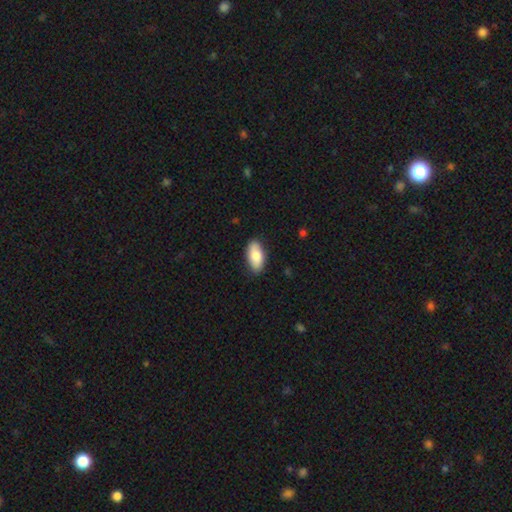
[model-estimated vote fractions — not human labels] smooth_or_featured: smooth (p=0.81) [alt: featured or disk p=0.14]
how_rounded: in between (p=0.91) [alt: cigar-shaped p=0.06]
merging: none (p=0.86) [alt: minor disturbance p=0.11]